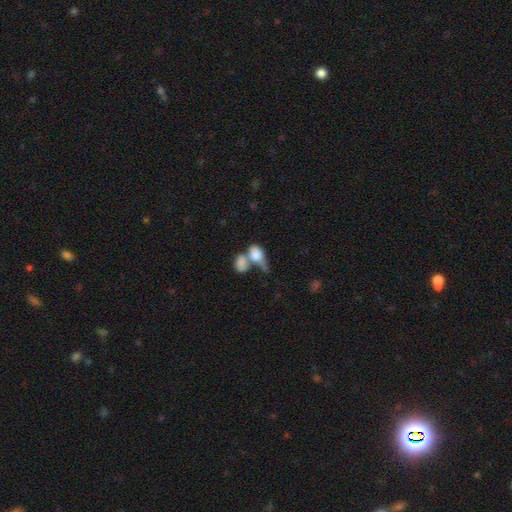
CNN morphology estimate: smooth-or-featured: smooth: 74% | featured or disk: 18% | star or artifact: 7%
  how-rounded: in between: 82% | round: 14% | cigar-shaped: 4%
  merging: merger: 66% | none: 14% | major disturbance: 11% | minor disturbance: 8%